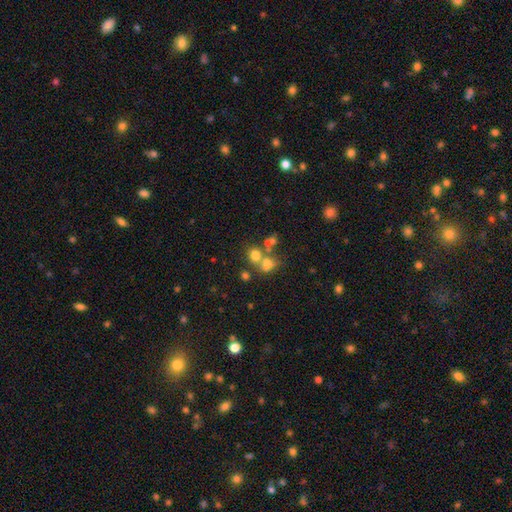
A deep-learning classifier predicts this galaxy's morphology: smooth 67%, star or artifact 17%, featured or disk 16%. Down the decision tree: how rounded — round (68%); merging — merger (43%).